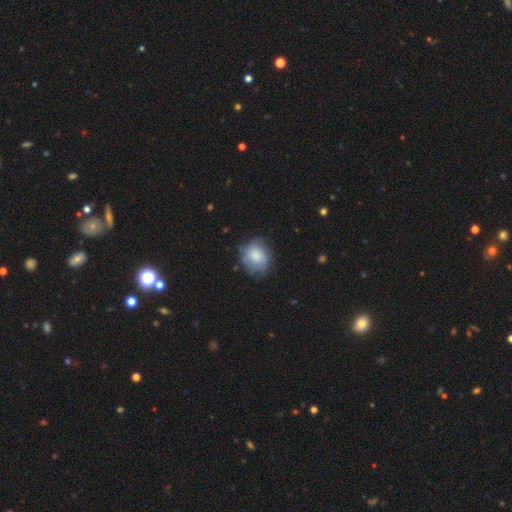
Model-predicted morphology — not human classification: A smooth galaxy with no disk features (75%) that is round (58%). Merging: none (64%).